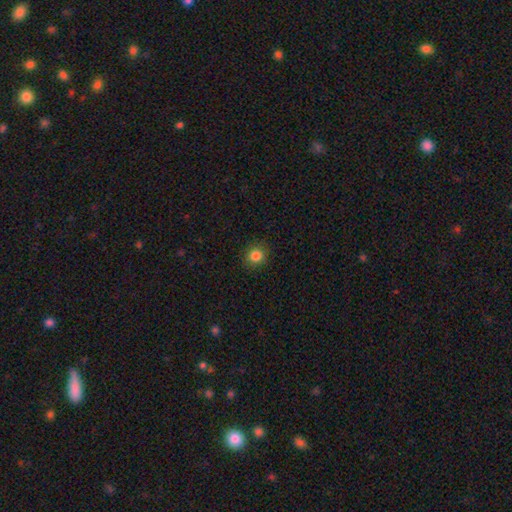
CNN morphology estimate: smooth-or-featured: smooth: 84% | star or artifact: 12% | featured or disk: 5%
  how-rounded: round: 86% | in between: 13% | cigar-shaped: 1%
  merging: none: 89% | minor disturbance: 7% | major disturbance: 2% | merger: 1%